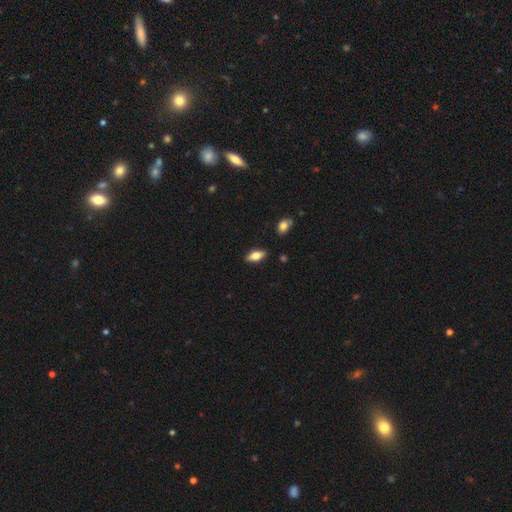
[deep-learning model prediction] Smooth or featured: smooth — 74% (featured or disk — 19%)
How rounded: in between — 84% (cigar-shaped — 14%)
Merging: none — 87% (minor disturbance — 10%)